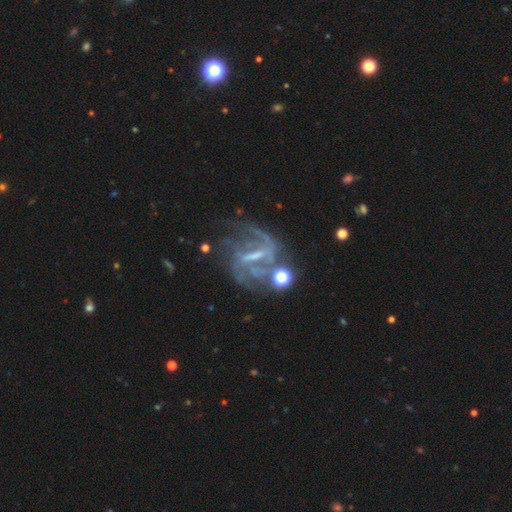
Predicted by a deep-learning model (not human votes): Smooth or featured? featured or disk (81%)
Edge-on disk? no (96%)
Bar? strong (54%)
Spiral arms? yes (86%)
Spiral winding? medium (45%)
Spiral arm count? 2 (49%)
Bulge size? small (41%)
Merging? none (47%)